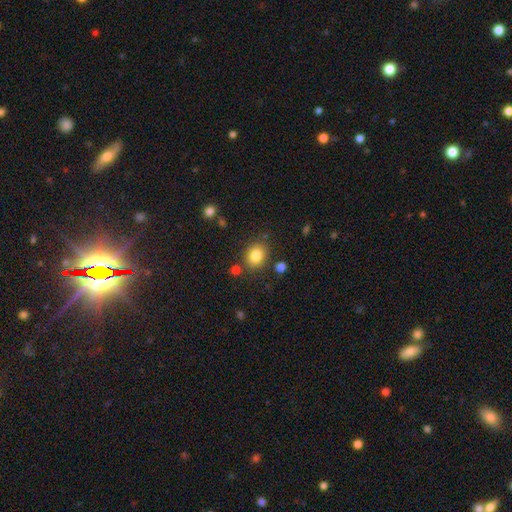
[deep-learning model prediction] Smooth or featured? Predicted: smooth (p=0.83). How rounded? Predicted: round (p=0.59). Merging? Predicted: none (p=0.81).